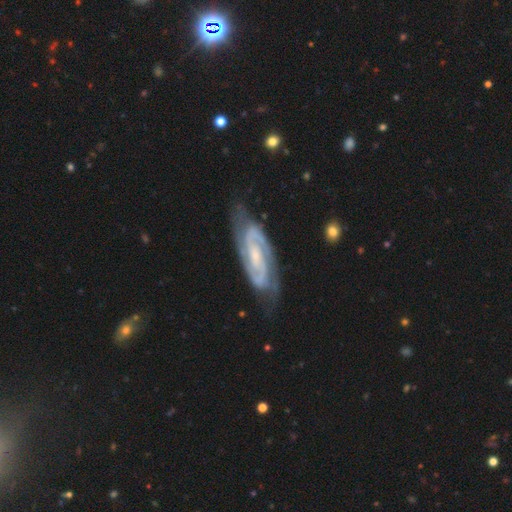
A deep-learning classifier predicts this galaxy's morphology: smooth-or-featured: featured or disk: 91% | smooth: 5% | star or artifact: 4%
  disk-edge-on: no: 94% | yes: 6%
    bar: weak: 44% | no: 32% | strong: 24%
    has-spiral-arms: yes: 98% | no: 2%
      spiral-winding: tight: 50% | medium: 43% | loose: 7%
      spiral-arm-count: 2: 88% | can't tell: 4% | 3: 4% | 1: 1% | 4: 1% | more than 4: 1%
    bulge-size: small: 57% | moderate: 30% | none: 10% | large: 2% | dominant: 1%
  merging: none: 75% | minor disturbance: 18% | major disturbance: 6% | merger: 2%